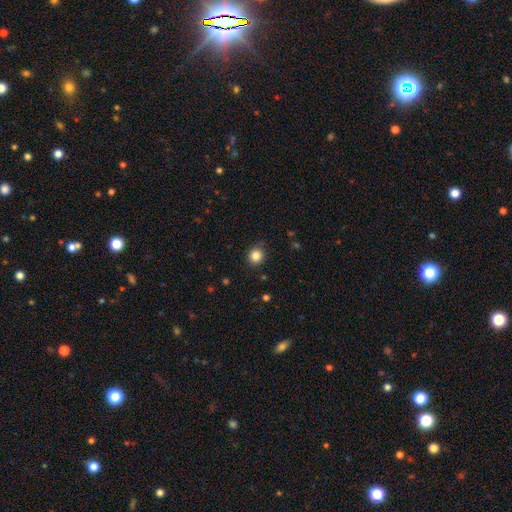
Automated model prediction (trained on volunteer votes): Overall: smooth (84%). How rounded: round (89%). Merging: none (85%).